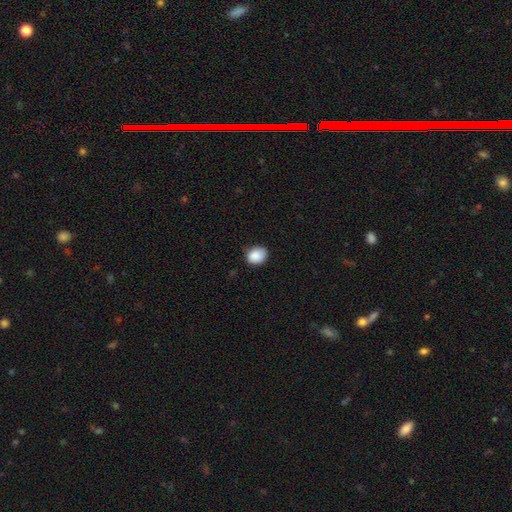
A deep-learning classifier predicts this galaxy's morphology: A smooth galaxy with no disk features (88%) that is in between round and cigar-shaped (50%).

Vote fractions:
- Smooth or featured? smooth: 88% / star or artifact: 8% / featured or disk: 3%
- How rounded? in between: 50% / round: 49% / cigar-shaped: 1%
- Merging? none: 75% / minor disturbance: 20% / major disturbance: 3% / merger: 1%